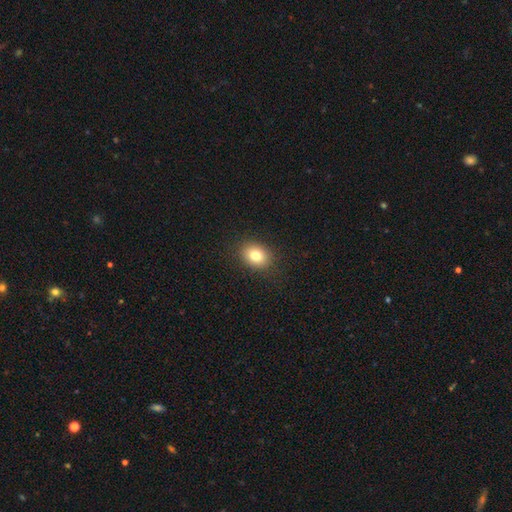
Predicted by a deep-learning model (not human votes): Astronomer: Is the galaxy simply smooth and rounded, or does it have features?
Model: smooth — 80%.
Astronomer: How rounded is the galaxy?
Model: in between — 57% (runner-up: round, 42%).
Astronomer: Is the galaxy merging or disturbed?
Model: none — 88%.